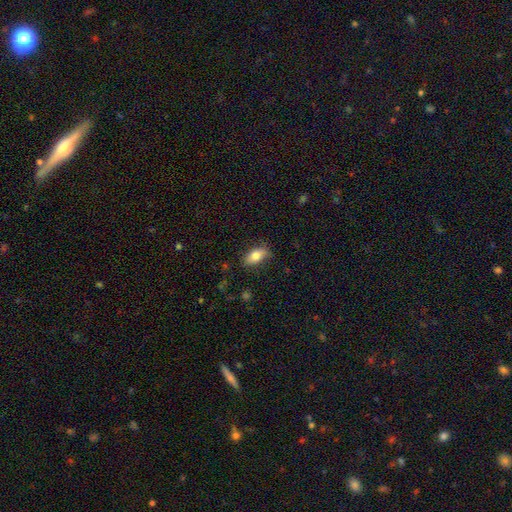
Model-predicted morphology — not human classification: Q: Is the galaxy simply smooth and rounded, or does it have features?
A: smooth — 78%.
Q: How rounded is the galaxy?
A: in between — 86%.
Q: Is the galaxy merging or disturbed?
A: none — 80%.